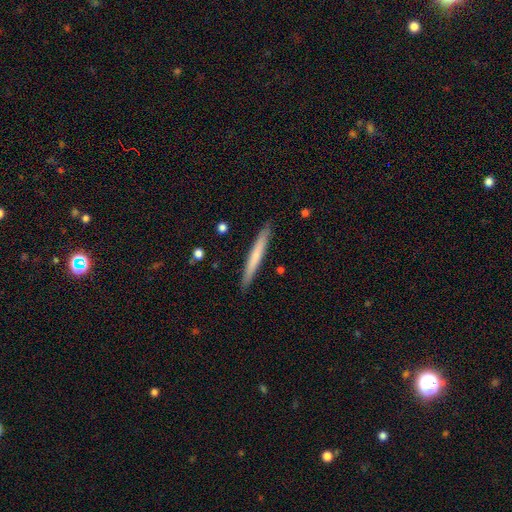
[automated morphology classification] smooth_or_featured: smooth (p=0.62) [alt: featured or disk p=0.32]
how_rounded: cigar-shaped (p=0.97) [alt: in between p=0.02]
merging: none (p=0.90) [alt: minor disturbance p=0.07]